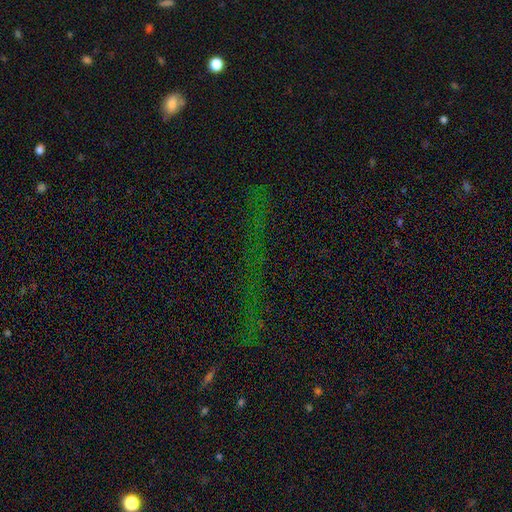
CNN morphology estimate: Smooth or featured? Predicted: star or artifact (p=0.71).